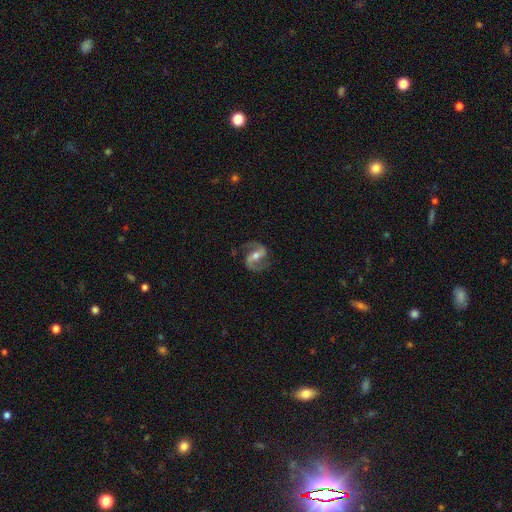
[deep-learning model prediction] Overall: featured or disk (91%). Edge-on disk: no (97%). Bar: strong (47%; weak 35%). Spiral arms: yes (97%). Spiral arm count: 2 (94%). Spiral winding: medium (59%; loose 26%). Bulge size: moderate (62%; small 31%). Merging: none (83%).